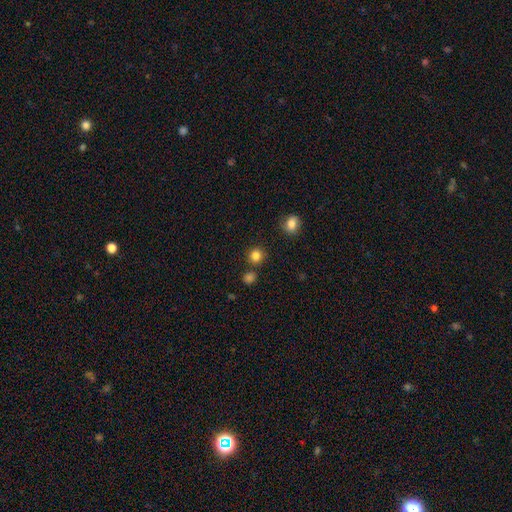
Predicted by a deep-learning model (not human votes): Smooth or featured? Predicted: smooth (p=0.83). How rounded? Predicted: round (p=0.91). Merging? Predicted: none (p=0.83).